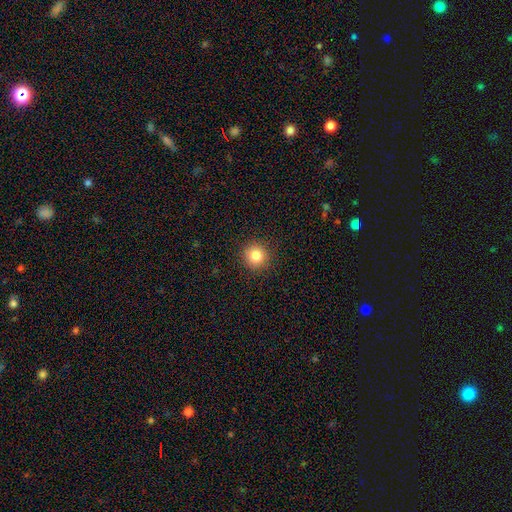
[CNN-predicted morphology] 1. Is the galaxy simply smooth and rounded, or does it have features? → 83% smooth, 11% star or artifact, 6% featured or disk.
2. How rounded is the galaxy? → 94% round, 5% in between, 1% cigar-shaped.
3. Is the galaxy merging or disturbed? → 92% none, 5% minor disturbance, 2% major disturbance, 1% merger.